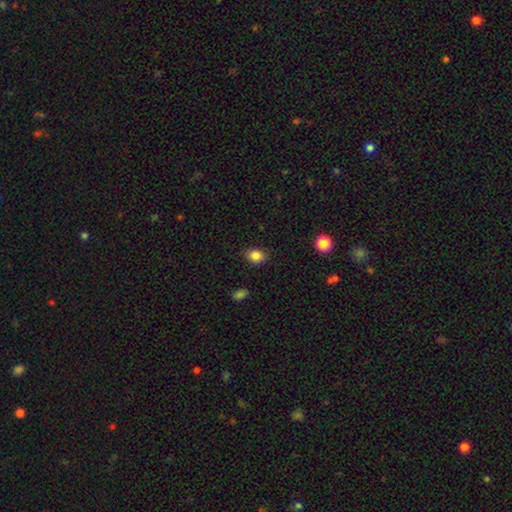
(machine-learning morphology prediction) smooth-or-featured: smooth: 85% | star or artifact: 10% | featured or disk: 5%
  how-rounded: in between: 61% | round: 38% | cigar-shaped: 1%
  merging: none: 83% | minor disturbance: 13% | major disturbance: 3% | merger: 1%